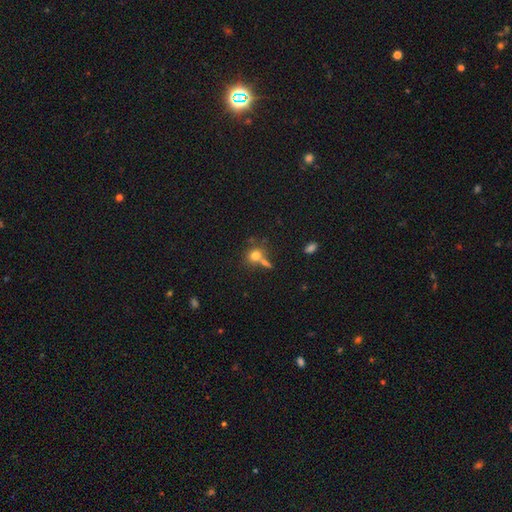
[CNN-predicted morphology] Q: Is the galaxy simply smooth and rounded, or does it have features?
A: smooth — 75%.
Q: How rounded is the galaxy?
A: round — 76%.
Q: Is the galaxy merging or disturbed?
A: none — 52%.